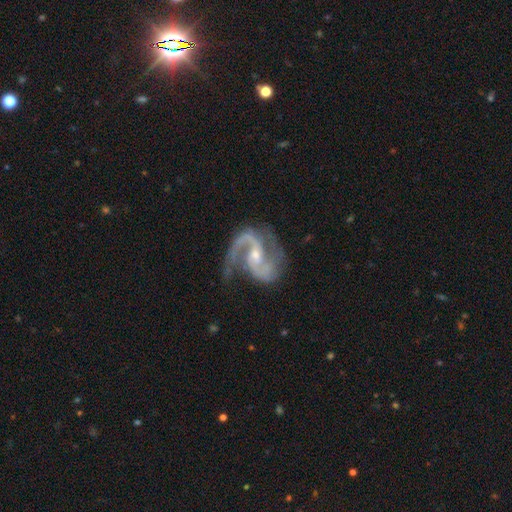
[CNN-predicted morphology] smooth-or-featured: featured or disk: 93% | star or artifact: 4% | smooth: 3%
  disk-edge-on: no: 98% | yes: 2%
    bar: weak: 43% | no: 35% | strong: 22%
    has-spiral-arms: yes: 98% | no: 2%
      spiral-winding: medium: 60% | loose: 26% | tight: 15%
      spiral-arm-count: 2: 89% | 1: 4% | 3: 3% | can't tell: 2% | 4: 1% | more than 4: 1%
    bulge-size: small: 56% | moderate: 40% | none: 2% | large: 1% | dominant: 1%
  merging: none: 64% | minor disturbance: 21% | major disturbance: 13% | merger: 2%